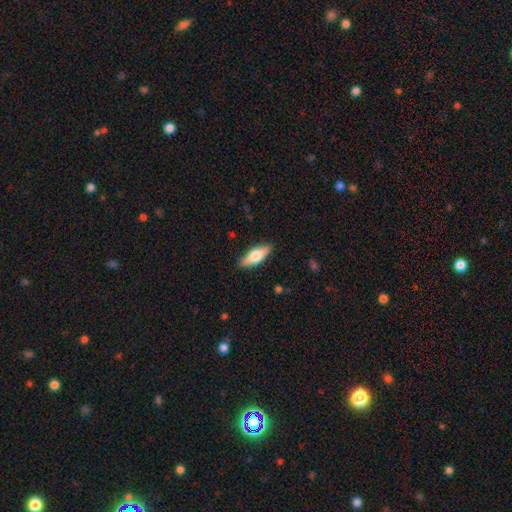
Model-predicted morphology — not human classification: smooth 58%, featured or disk 36%, star or artifact 6%. Down the decision tree: how rounded — in between (65%); merging — none (88%).